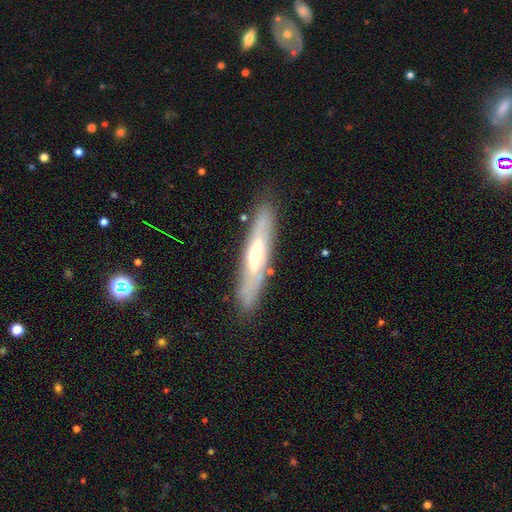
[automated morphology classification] This appears to be a featured or disk galaxy (59%) viewed edge-on (65%). Merging: none (83%).